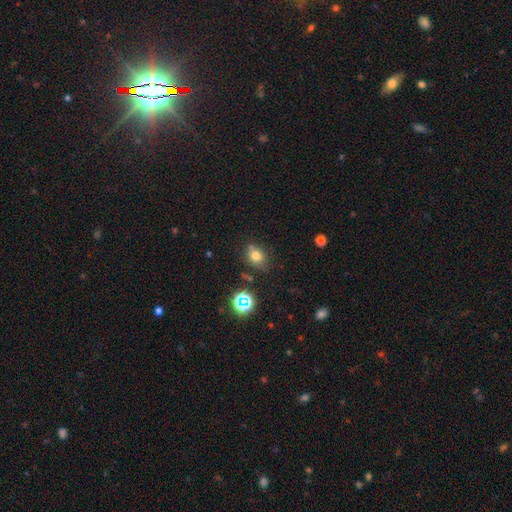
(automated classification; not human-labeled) Morphology: type=smooth (73%); roundness=round (58%); merging=none (68%).